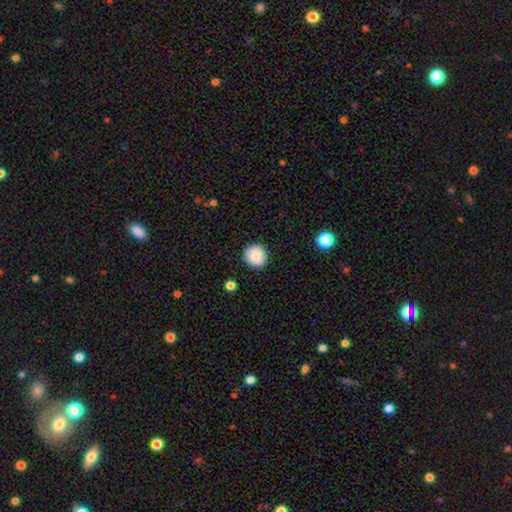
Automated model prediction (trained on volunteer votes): smooth_or_featured: smooth (p=0.87) [alt: star or artifact p=0.08]
how_rounded: round (p=0.92) [alt: in between p=0.07]
merging: none (p=0.90) [alt: minor disturbance p=0.07]